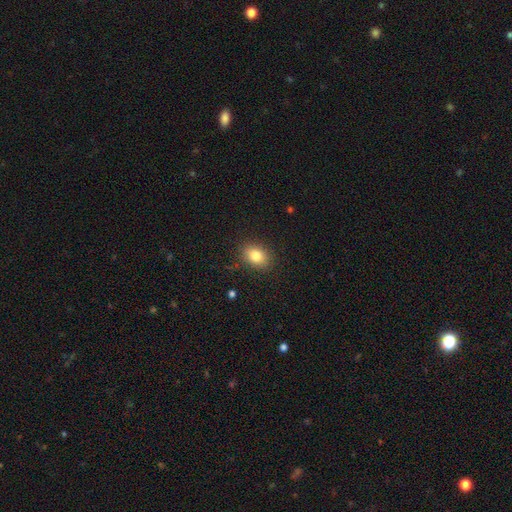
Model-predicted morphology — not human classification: smooth_or_featured: smooth (p=0.81) [alt: star or artifact p=0.10]
how_rounded: in between (p=0.70) [alt: round p=0.29]
merging: none (p=0.87) [alt: minor disturbance p=0.09]